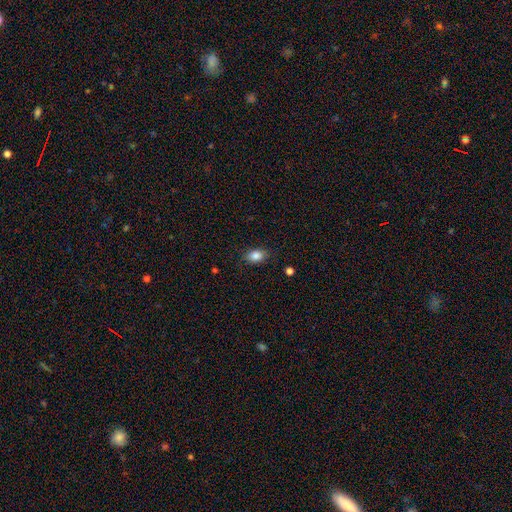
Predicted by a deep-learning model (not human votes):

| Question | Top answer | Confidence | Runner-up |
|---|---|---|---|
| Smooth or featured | smooth | 84% | star or artifact (9%) |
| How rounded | in between | 80% | round (18%) |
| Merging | none | 82% | minor disturbance (13%) |